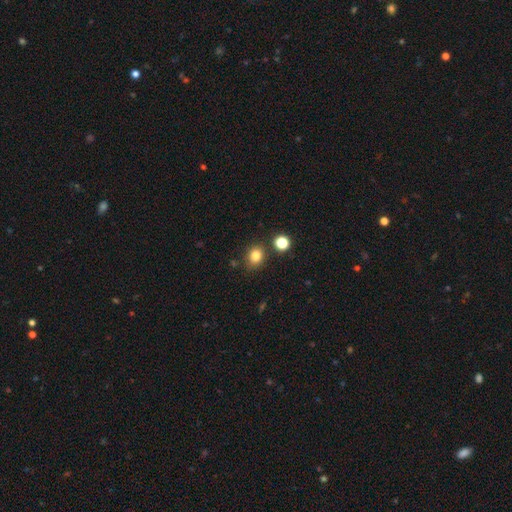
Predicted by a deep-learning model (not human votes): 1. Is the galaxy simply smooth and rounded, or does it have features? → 82% smooth, 13% star or artifact, 5% featured or disk.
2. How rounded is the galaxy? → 65% round, 35% in between, 1% cigar-shaped.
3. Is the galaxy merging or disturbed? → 79% none, 11% minor disturbance, 6% merger, 3% major disturbance.